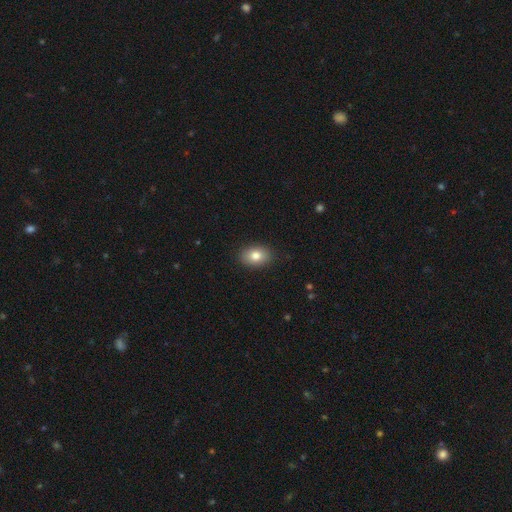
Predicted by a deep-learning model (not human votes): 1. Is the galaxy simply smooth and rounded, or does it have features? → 82% smooth, 10% featured or disk, 9% star or artifact.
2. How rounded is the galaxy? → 79% in between, 20% round, 1% cigar-shaped.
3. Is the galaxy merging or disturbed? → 89% none, 8% minor disturbance, 2% major disturbance, 1% merger.